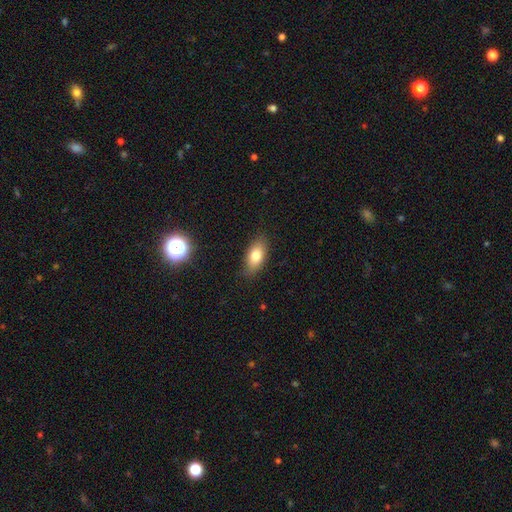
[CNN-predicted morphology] A smooth galaxy with no disk features (77%) that is in between round and cigar-shaped (88%).

Vote fractions:
- Smooth or featured? smooth: 77% / featured or disk: 14% / star or artifact: 9%
- How rounded? in between: 88% / cigar-shaped: 7% / round: 5%
- Merging? none: 82% / minor disturbance: 14% / major disturbance: 3% / merger: 1%